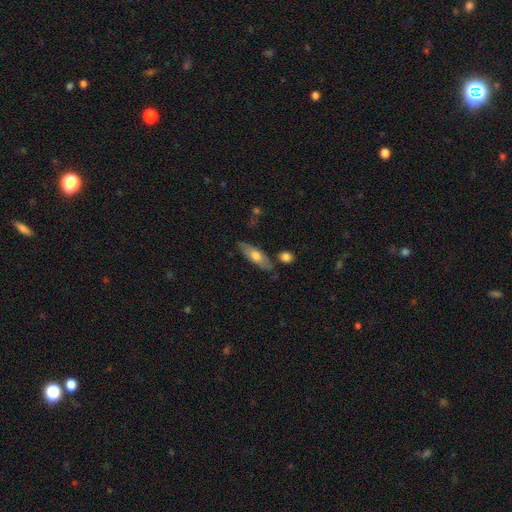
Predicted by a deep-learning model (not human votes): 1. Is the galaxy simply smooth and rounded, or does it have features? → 60% smooth, 35% featured or disk, 6% star or artifact.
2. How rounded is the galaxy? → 55% in between, 42% cigar-shaped, 3% round.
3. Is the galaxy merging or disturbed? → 76% none, 15% minor disturbance, 5% merger, 3% major disturbance.